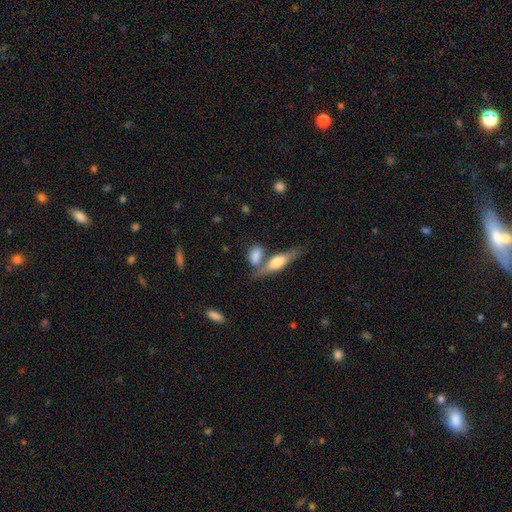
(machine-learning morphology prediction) smooth 76%, featured or disk 17%, star or artifact 7%. Down the decision tree: how rounded — in between (77%); merging — none (43%).